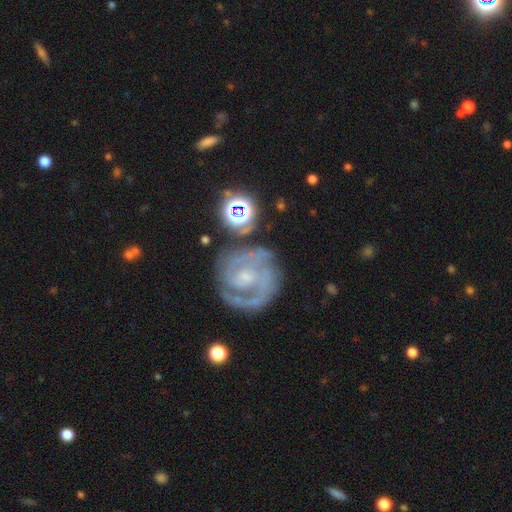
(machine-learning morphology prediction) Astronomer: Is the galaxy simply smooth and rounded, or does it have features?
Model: featured or disk — 86%.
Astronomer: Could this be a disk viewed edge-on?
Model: no — 98%.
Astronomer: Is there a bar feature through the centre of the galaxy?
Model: no — 53% (runner-up: weak, 36%).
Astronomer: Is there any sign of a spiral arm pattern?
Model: yes — 96%.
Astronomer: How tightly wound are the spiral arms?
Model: tight — 61%.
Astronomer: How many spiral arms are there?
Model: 2 — 53%.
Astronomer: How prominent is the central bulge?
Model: small — 64%.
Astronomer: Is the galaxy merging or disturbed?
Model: none — 70%.